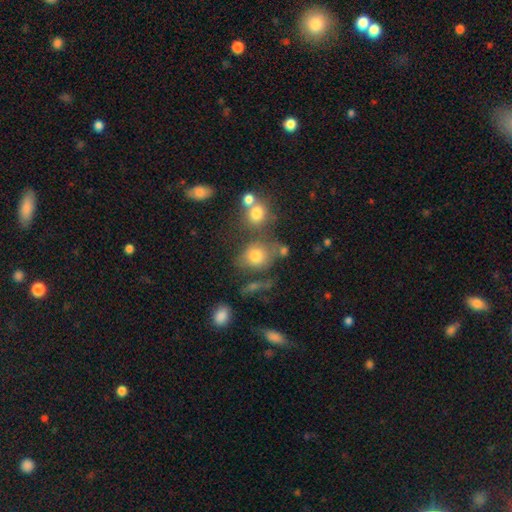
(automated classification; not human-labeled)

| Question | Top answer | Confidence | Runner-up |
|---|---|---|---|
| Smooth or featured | smooth | 74% | star or artifact (14%) |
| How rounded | round | 64% | in between (35%) |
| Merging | none | 52% | merger (22%) |